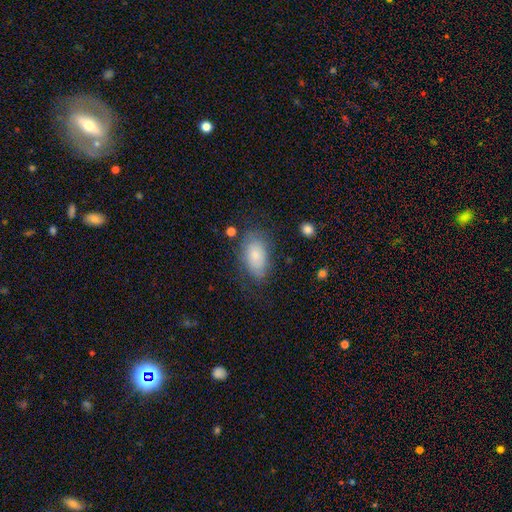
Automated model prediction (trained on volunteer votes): Overall: smooth (75%). How rounded: in between (93%). Merging: none (66%).